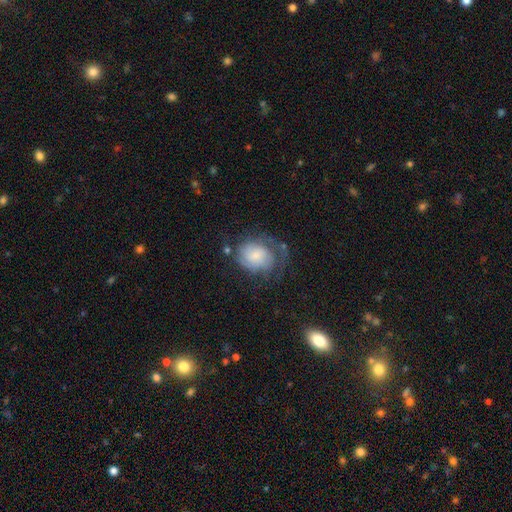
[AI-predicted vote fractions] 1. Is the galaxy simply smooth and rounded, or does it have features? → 53% featured or disk, 39% smooth, 8% star or artifact.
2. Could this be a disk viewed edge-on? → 97% no, 3% yes.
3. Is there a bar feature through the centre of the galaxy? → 66% no, 29% weak, 5% strong.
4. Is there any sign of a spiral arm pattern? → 81% yes, 19% no.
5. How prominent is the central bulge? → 44% small, 29% moderate, 12% large, 11% none, 3% dominant.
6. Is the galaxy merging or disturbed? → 43% none, 29% major disturbance, 24% minor disturbance, 4% merger.